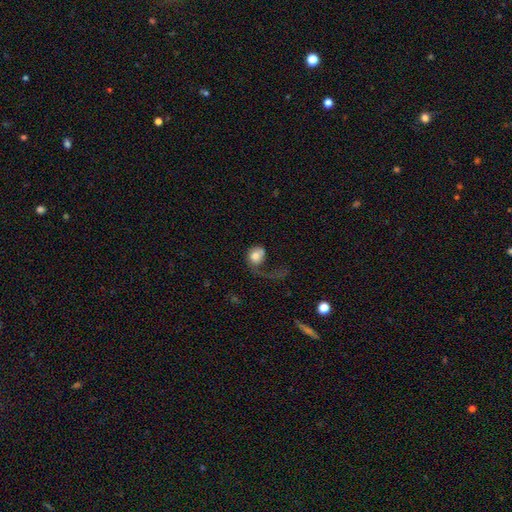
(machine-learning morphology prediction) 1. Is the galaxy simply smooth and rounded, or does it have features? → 60% smooth, 33% featured or disk, 8% star or artifact.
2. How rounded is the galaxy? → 68% round, 30% in between, 1% cigar-shaped.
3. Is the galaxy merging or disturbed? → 62% major disturbance, 20% none, 12% minor disturbance, 6% merger.